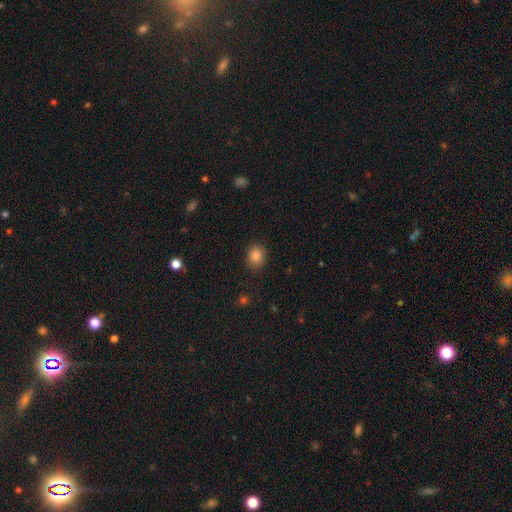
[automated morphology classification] Smooth or featured? Predicted: smooth (p=0.86). How rounded? Predicted: round (p=0.58). Merging? Predicted: none (p=0.86).